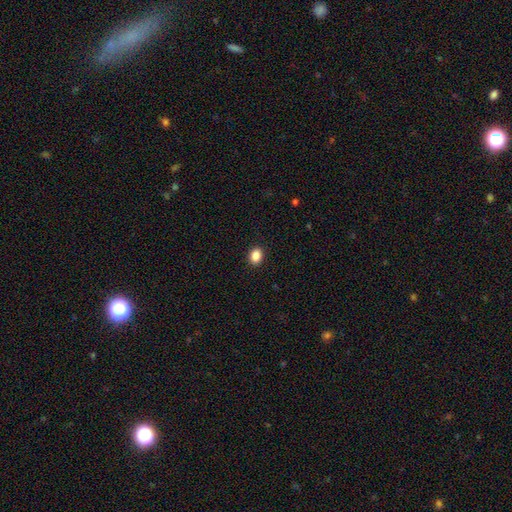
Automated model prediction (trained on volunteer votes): A smooth galaxy with no disk features (87%) that is in between round and cigar-shaped (58%).

Vote fractions:
- Smooth or featured? smooth: 87% / star or artifact: 9% / featured or disk: 3%
- How rounded? in between: 58% / round: 41% / cigar-shaped: 1%
- Merging? none: 91% / minor disturbance: 6% / major disturbance: 2% / merger: 1%